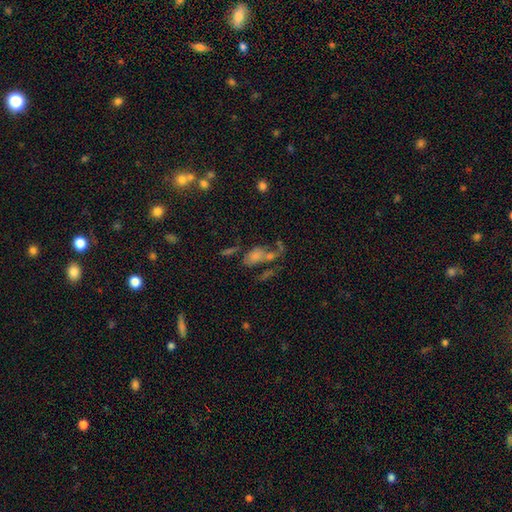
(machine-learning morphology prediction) smooth_or_featured: smooth (p=0.40) [alt: featured or disk p=0.32]
merging: none (p=0.32) [alt: merger p=0.28]